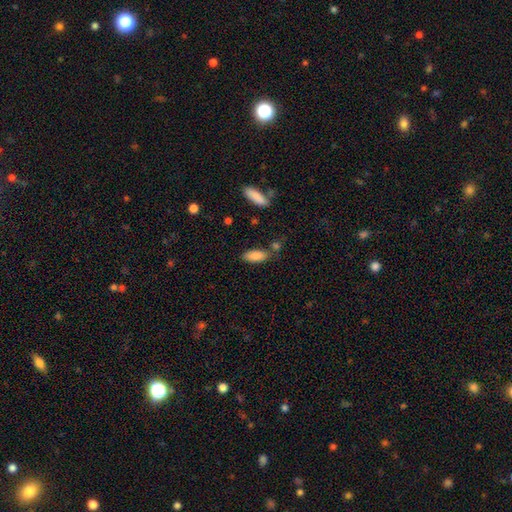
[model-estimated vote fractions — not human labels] Smooth or featured: smooth — 86% (featured or disk — 7%)
How rounded: in between — 80% (cigar-shaped — 18%)
Merging: none — 71% (minor disturbance — 15%)